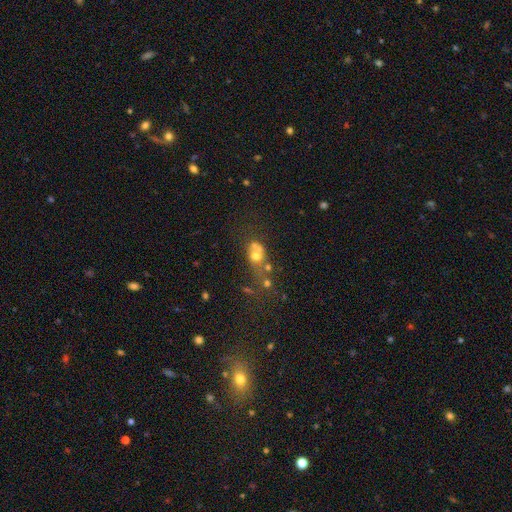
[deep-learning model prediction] smooth 53%, featured or disk 27%, star or artifact 20%. Down the decision tree: how rounded — round (56%); merging — merger (46%).